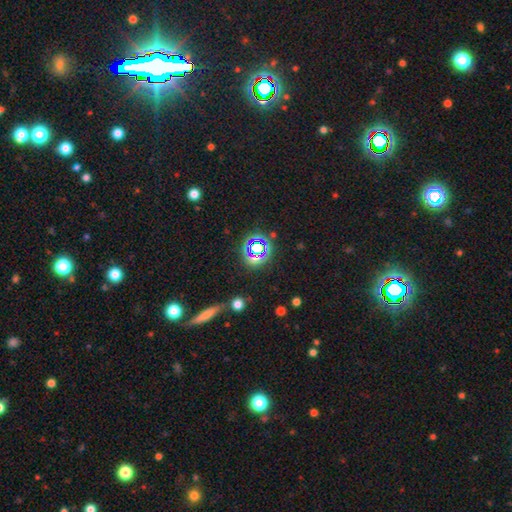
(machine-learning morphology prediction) star or artifact 63%, smooth 27%, featured or disk 11%.